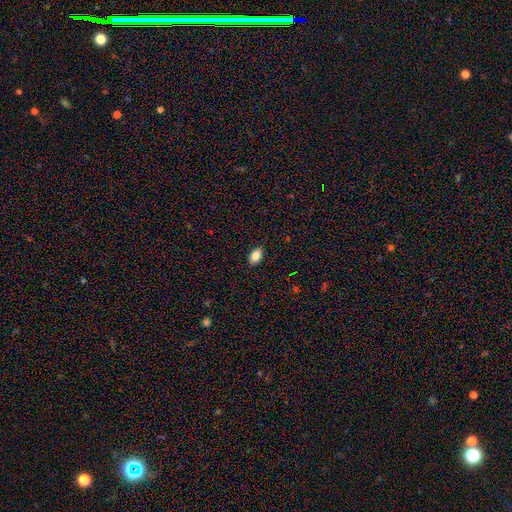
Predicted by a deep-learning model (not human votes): Q: Smooth or featured?
A: smooth (85%); runner-up: star or artifact (8%)
Q: How rounded?
A: in between (88%); runner-up: round (11%)
Q: Merging?
A: none (89%); runner-up: minor disturbance (8%)